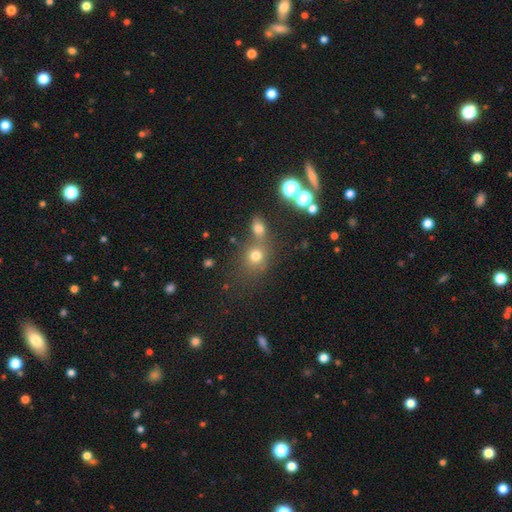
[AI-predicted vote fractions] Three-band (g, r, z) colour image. It shows a smooth galaxy with no disk features (71%) that is round (78%). Merging: none (53%).